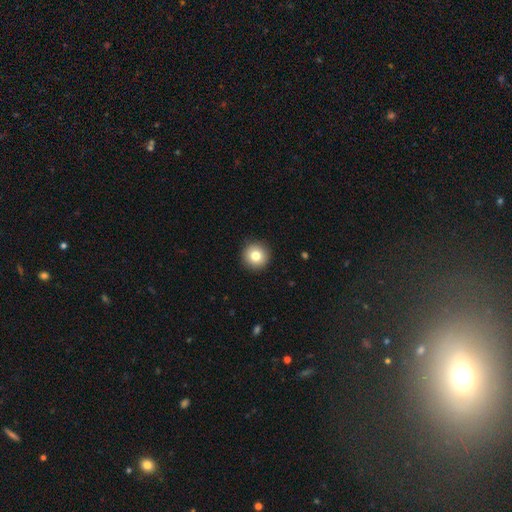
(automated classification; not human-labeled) smooth_or_featured: smooth (p=0.81) [alt: star or artifact p=0.10]
how_rounded: round (p=0.96) [alt: in between p=0.03]
merging: none (p=0.93) [alt: minor disturbance p=0.05]